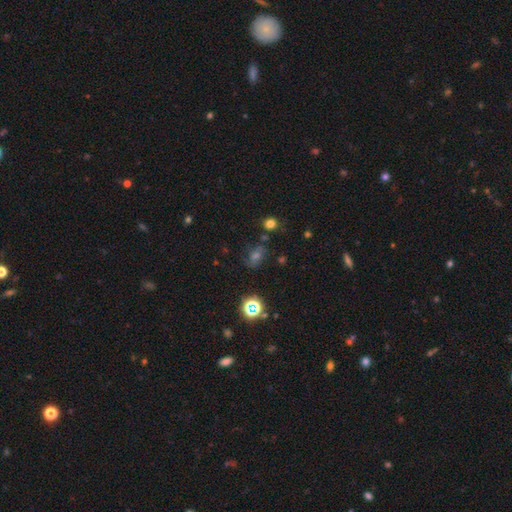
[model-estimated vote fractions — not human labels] Smooth or featured?
  - star or artifact: 41% *
  - smooth: 39%
  - featured or disk: 20%